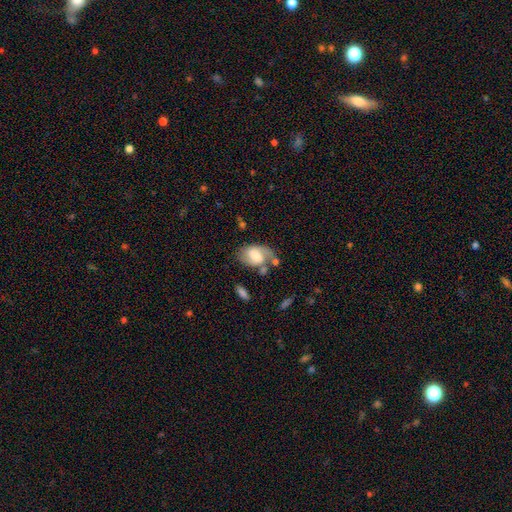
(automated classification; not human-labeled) A featured or disk galaxy (56%) with a weak bar (50%), spiral arms (83%) and a moderate central bulge (51%). Merging: none (50%).